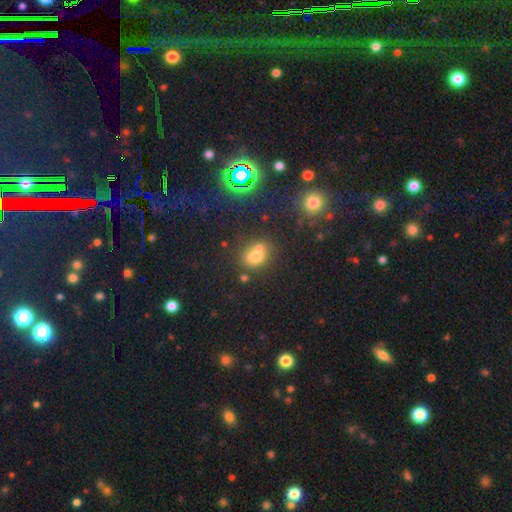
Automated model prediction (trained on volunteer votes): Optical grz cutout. It shows a smooth galaxy with no disk features (69%) that is round (51%). Merging: none (48%).